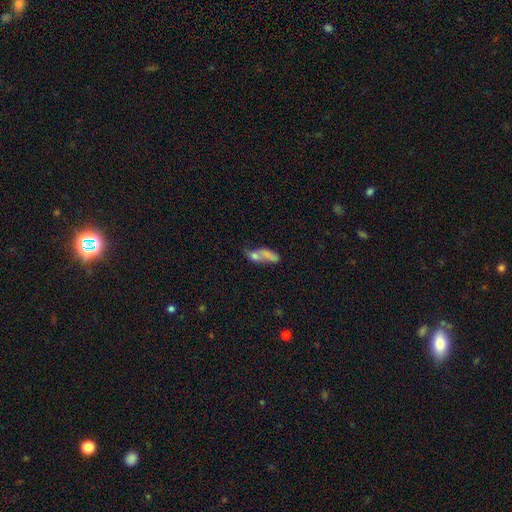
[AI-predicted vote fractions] A smooth galaxy with no disk features (60%) that is in between round and cigar-shaped (63%).

Vote fractions:
- Smooth or featured? smooth: 60% / featured or disk: 27% / star or artifact: 13%
- How rounded? in between: 63% / cigar-shaped: 26% / round: 10%
- Merging? merger: 53% / none: 22% / major disturbance: 13% / minor disturbance: 11%